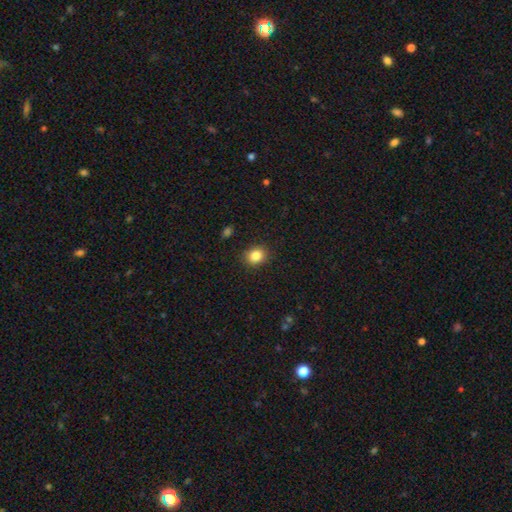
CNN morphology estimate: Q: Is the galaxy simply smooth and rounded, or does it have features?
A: smooth — 85%.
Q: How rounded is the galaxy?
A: round — 60%.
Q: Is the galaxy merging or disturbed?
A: none — 88%.